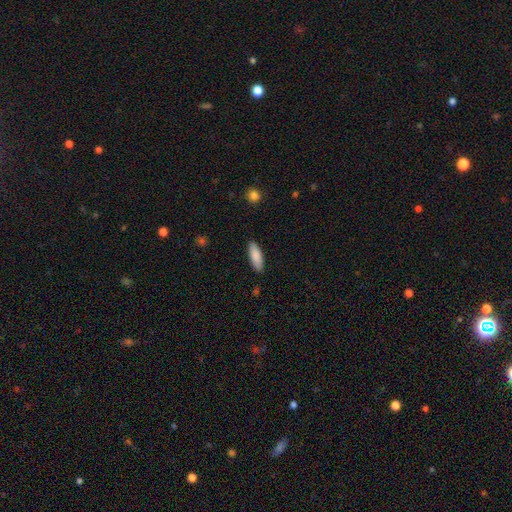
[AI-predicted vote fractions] Smooth or featured? smooth (87%)
How rounded? in between (56%)
Merging? none (88%)